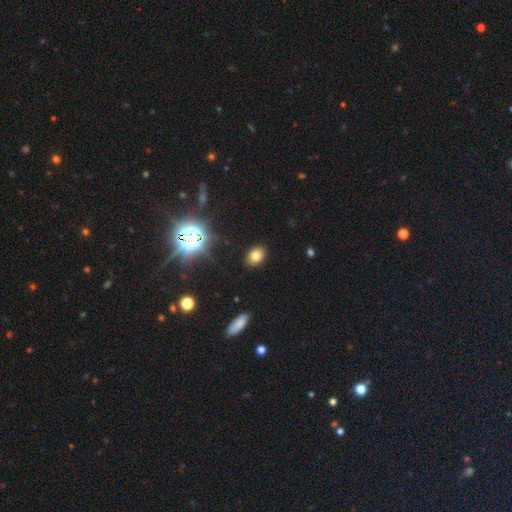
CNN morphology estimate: smooth-or-featured: smooth: 74% | star or artifact: 18% | featured or disk: 8%
  how-rounded: in between: 65% | round: 34% | cigar-shaped: 1%
  merging: none: 89% | minor disturbance: 8% | major disturbance: 2% | merger: 1%